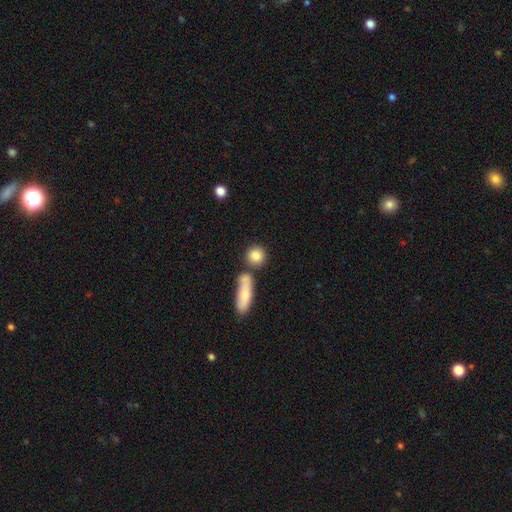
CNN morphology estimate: Smooth or featured: smooth — 85% (star or artifact — 8%)
How rounded: round — 76% (in between — 18%)
Merging: none — 66% (merger — 19%)